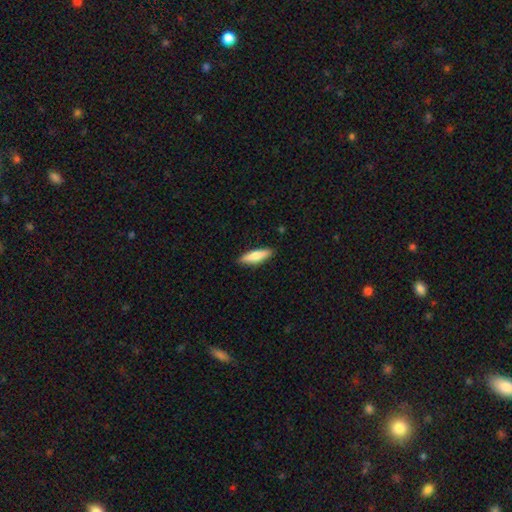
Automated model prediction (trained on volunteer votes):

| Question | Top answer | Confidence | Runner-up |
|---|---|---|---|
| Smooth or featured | smooth | 74% | featured or disk (20%) |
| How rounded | cigar-shaped | 64% | in between (34%) |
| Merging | none | 88% | minor disturbance (9%) |